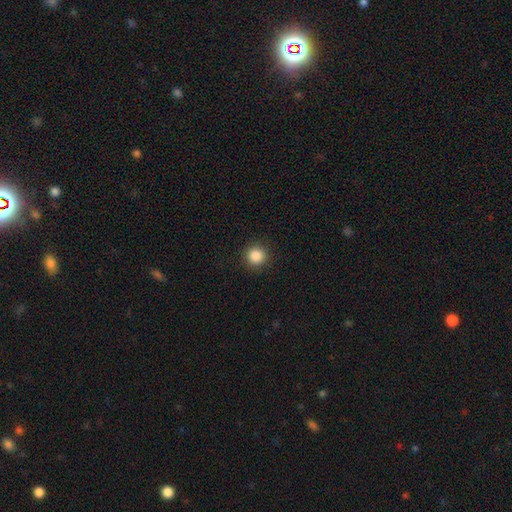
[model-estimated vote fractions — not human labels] A smooth galaxy with no disk features (86%) that is round (95%). Merging: none (92%).